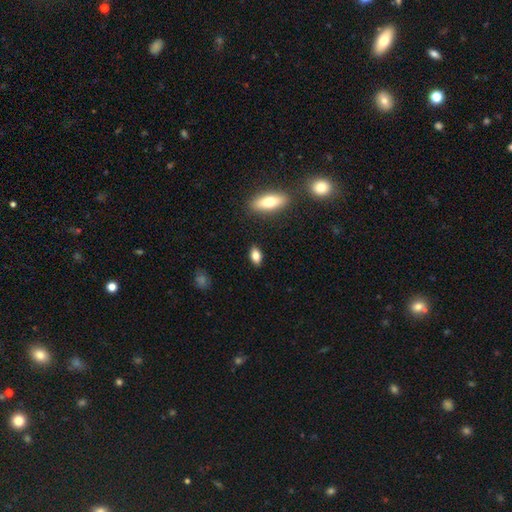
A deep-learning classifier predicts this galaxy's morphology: smooth-or-featured: smooth: 77% | featured or disk: 14% | star or artifact: 8%
  how-rounded: in between: 84% | cigar-shaped: 10% | round: 6%
  merging: none: 86% | minor disturbance: 9% | major disturbance: 2% | merger: 2%